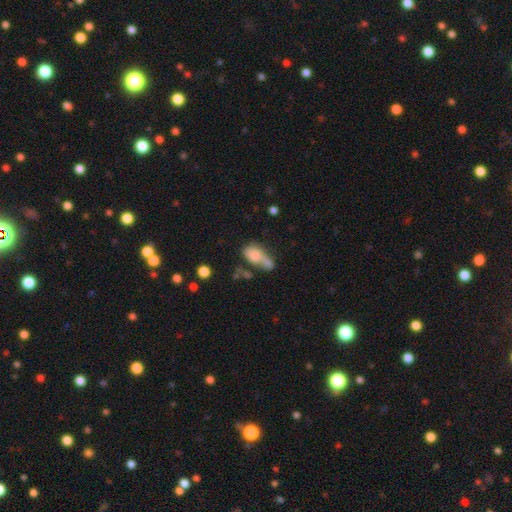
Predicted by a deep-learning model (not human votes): smooth_or_featured: smooth (p=0.70) [alt: featured or disk p=0.20]
how_rounded: in between (p=0.78) [alt: round p=0.14]
merging: merger (p=0.40) [alt: none p=0.22]